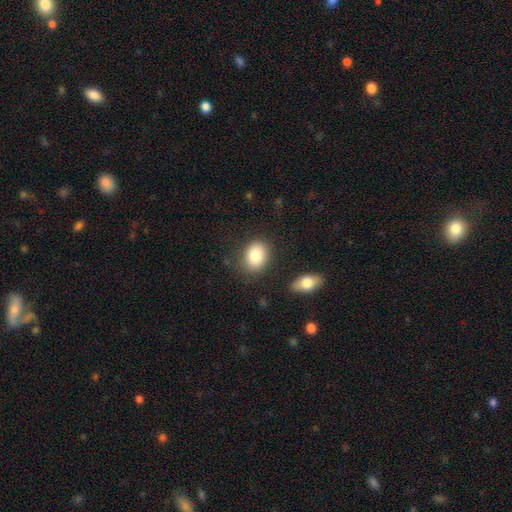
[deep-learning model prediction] smooth-or-featured: smooth: 85% | featured or disk: 8% | star or artifact: 7%
  how-rounded: in between: 69% | round: 29% | cigar-shaped: 1%
  merging: none: 79% | minor disturbance: 13% | merger: 4% | major disturbance: 4%